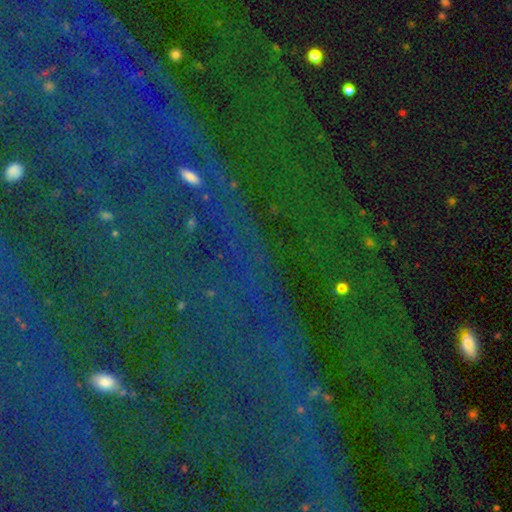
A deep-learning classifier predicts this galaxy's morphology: Smooth or featured? star or artifact (83%)